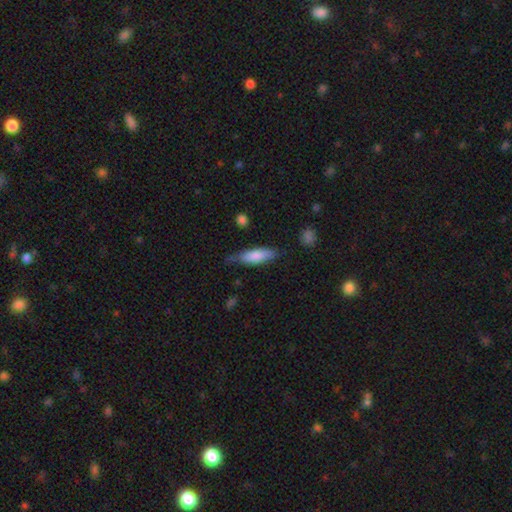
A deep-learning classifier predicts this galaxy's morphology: The model was most divided on "how rounded": cigar-shaped: 50%, in between: 48%, round: 2%. More confident: smooth or featured — smooth (76%); merging — none (66%).